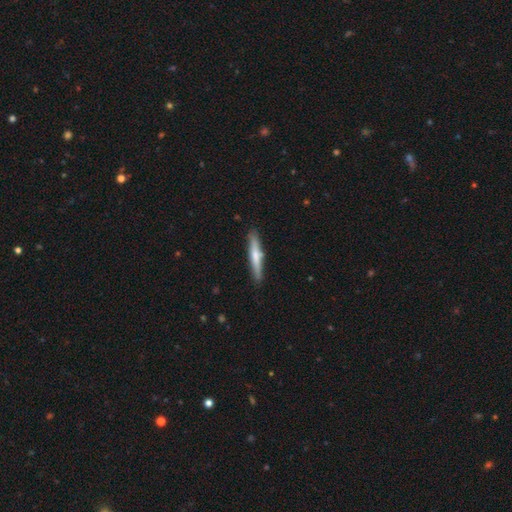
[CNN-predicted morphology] Q: Smooth or featured?
A: smooth (59%); runner-up: featured or disk (36%)
Q: How rounded?
A: cigar-shaped (92%); runner-up: in between (7%)
Q: Merging?
A: none (84%); runner-up: minor disturbance (11%)